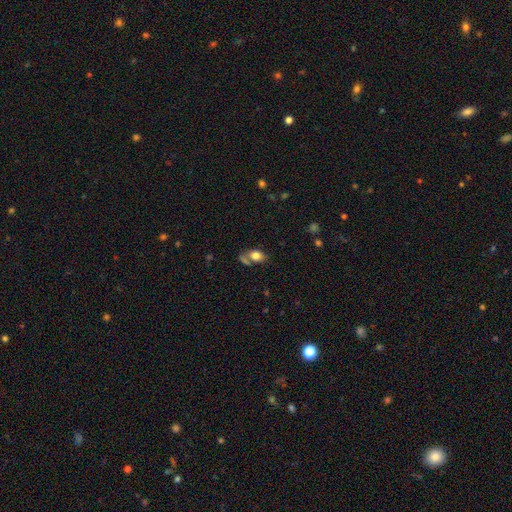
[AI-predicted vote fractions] A smooth galaxy with no disk features (78%) that is in between round and cigar-shaped (85%). Merging: none (52%).